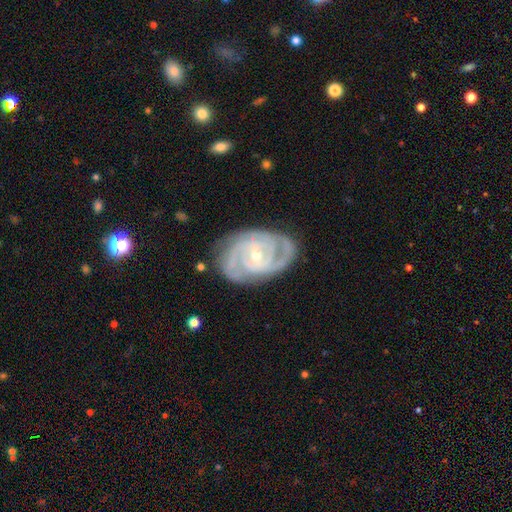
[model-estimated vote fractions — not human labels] featured or disk 91%, smooth 5%, star or artifact 4%. Down the decision tree: edge-on disk — no (97%); bar — no (46%); spiral arms — yes (98%); spiral arm count — 2 (35%); spiral winding — tight (68%); bulge size — small (67%); merging — none (77%).